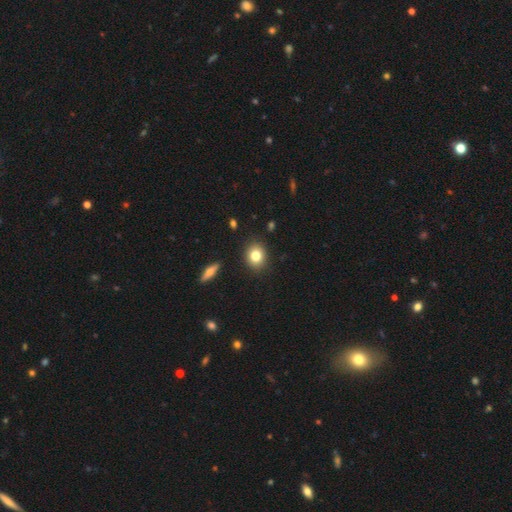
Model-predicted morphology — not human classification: Smooth or featured: smooth — 80% (featured or disk — 10%)
How rounded: round — 65% (in between — 34%)
Merging: none — 88% (minor disturbance — 8%)